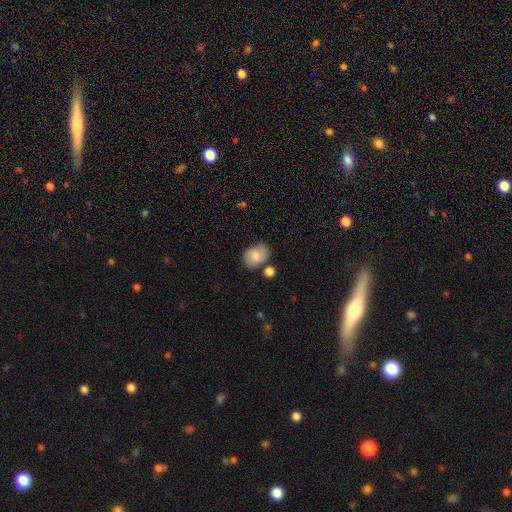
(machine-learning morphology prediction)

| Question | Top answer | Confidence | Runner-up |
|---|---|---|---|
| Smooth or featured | smooth | 81% | featured or disk (12%) |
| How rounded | in between | 77% | round (22%) |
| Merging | none | 70% | minor disturbance (16%) |